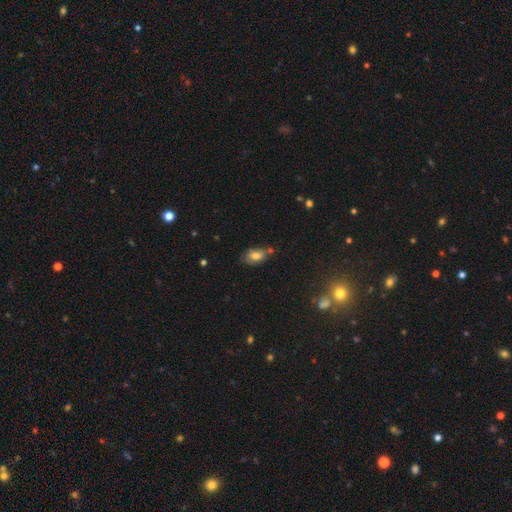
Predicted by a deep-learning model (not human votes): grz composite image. It shows a smooth galaxy with no disk features (72%) that is in between round and cigar-shaped (88%). Merging: none (55%).